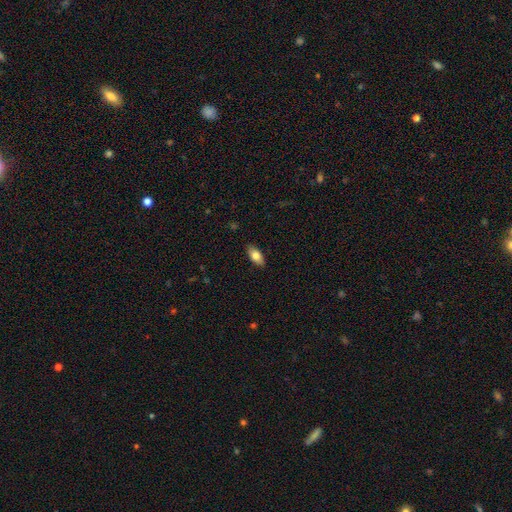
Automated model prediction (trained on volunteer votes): Smooth or featured?
  - smooth: 78% *
  - featured or disk: 15%
  - star or artifact: 7%
How rounded?
  - in between: 88% *
  - cigar-shaped: 9%
  - round: 3%
Merging?
  - none: 87% *
  - minor disturbance: 10%
  - major disturbance: 2%
  - merger: 1%